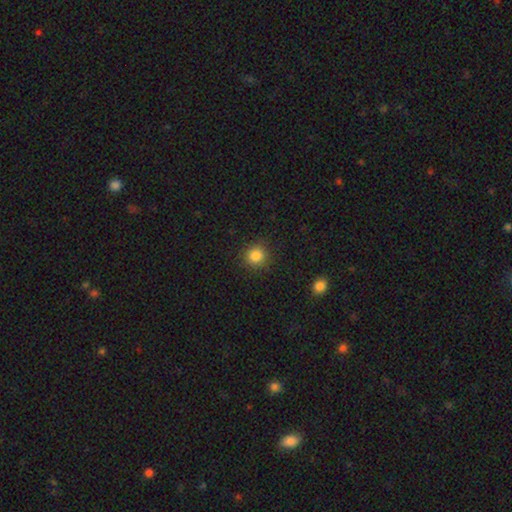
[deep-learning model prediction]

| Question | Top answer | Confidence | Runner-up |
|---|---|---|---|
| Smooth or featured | smooth | 85% | star or artifact (11%) |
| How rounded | round | 91% | in between (8%) |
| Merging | none | 89% | minor disturbance (7%) |